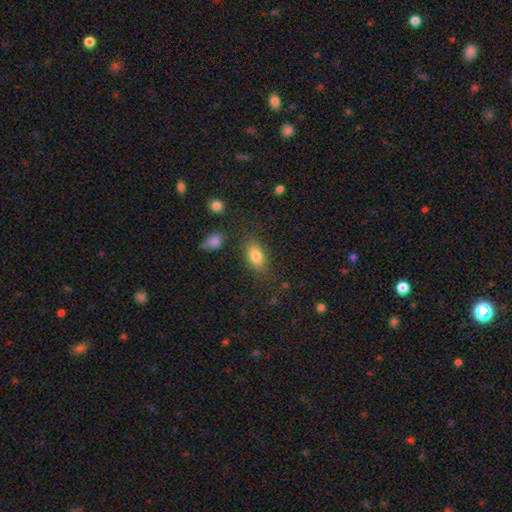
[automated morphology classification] type=smooth (81%); roundness=in between (86%); merging=none (77%).